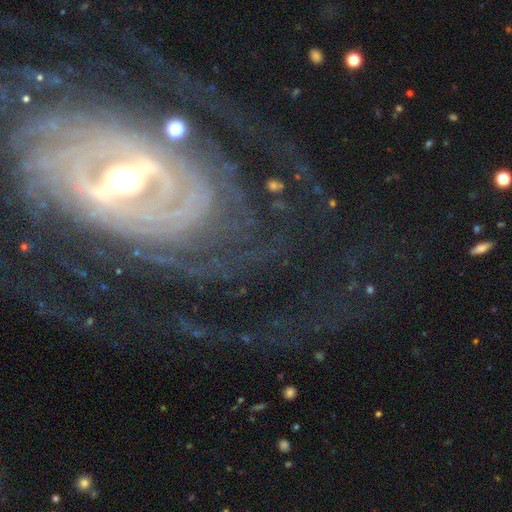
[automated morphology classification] Smooth or featured? featured or disk (87%)
Edge-on disk? no (94%)
Bar? strong (43%)
Spiral arms? yes (89%)
Spiral winding? tight (63%)
Spiral arm count? can't tell (30%)
Bulge size? moderate (64%)
Merging? none (66%)